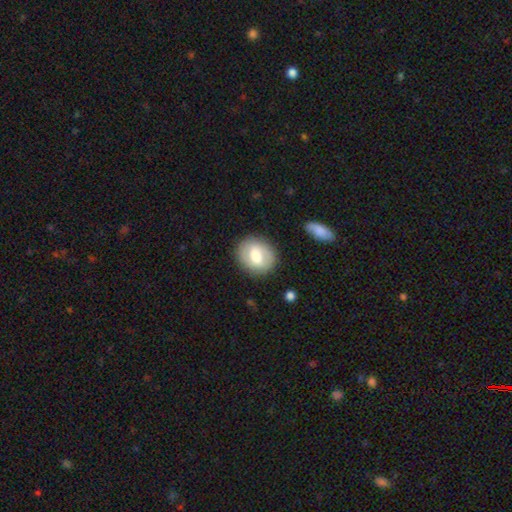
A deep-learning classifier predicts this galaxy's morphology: This is likely a smooth galaxy (63%). How rounded: likely round (61%). Merging: clearly none (84%).